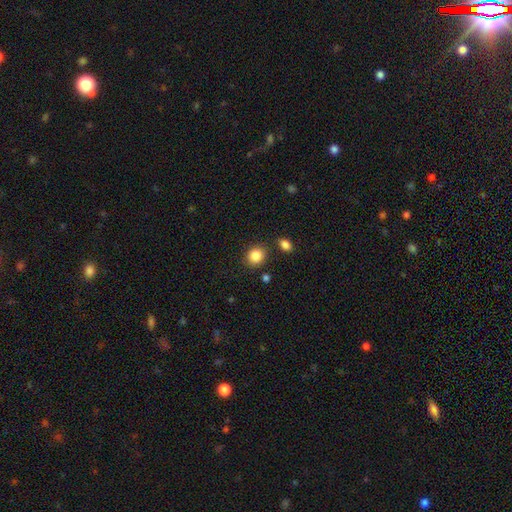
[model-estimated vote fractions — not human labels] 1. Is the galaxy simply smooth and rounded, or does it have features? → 87% smooth, 9% star or artifact, 4% featured or disk.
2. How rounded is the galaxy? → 75% round, 24% in between, 1% cigar-shaped.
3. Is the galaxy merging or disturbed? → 83% none, 9% minor disturbance, 5% merger, 3% major disturbance.